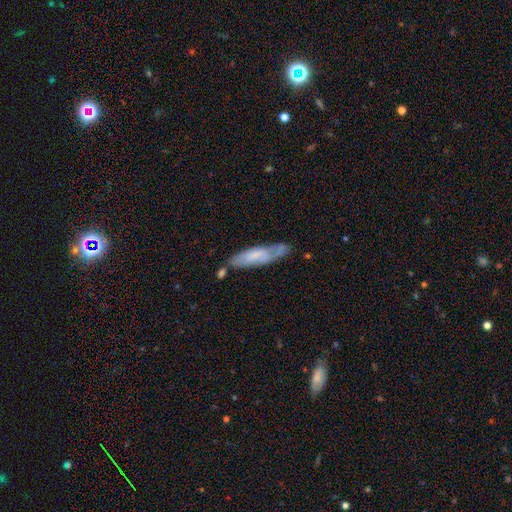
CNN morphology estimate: The model was most divided on "smooth or featured": smooth: 50%, featured or disk: 43%, star or artifact: 7%. More confident: how rounded — cigar-shaped (67%); merging — none (56%).